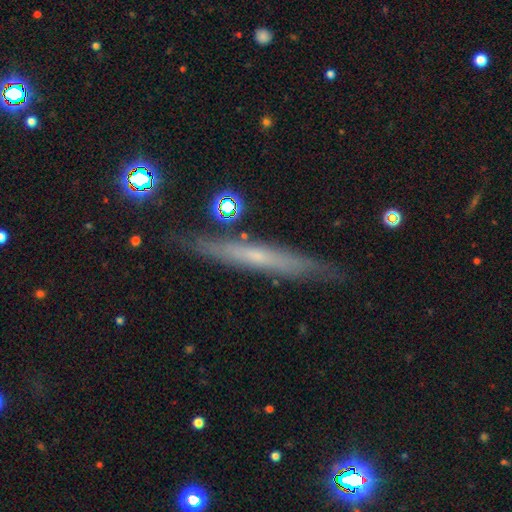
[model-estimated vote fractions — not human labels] Overall: featured or disk (55%; smooth 36%). Edge-on disk: yes (91%). Edge-on bulge: none (67%; rounded 28%). Merging: none (84%).